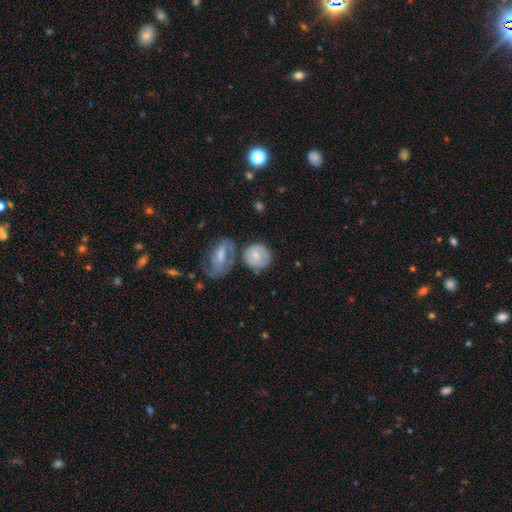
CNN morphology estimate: A smooth galaxy with no disk features (60%) that is round (74%).

Vote fractions:
- Smooth or featured? smooth: 60% / featured or disk: 33% / star or artifact: 7%
- How rounded? round: 74% / in between: 24% / cigar-shaped: 1%
- Merging? none: 53% / merger: 19% / minor disturbance: 19% / major disturbance: 8%